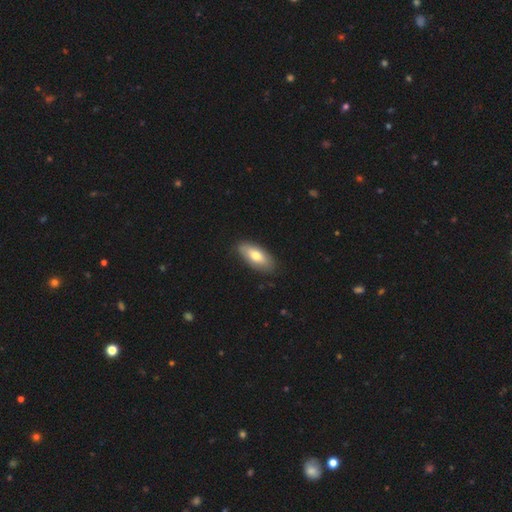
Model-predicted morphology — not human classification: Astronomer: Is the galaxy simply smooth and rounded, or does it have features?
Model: smooth — 69%.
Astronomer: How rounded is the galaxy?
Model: in between — 85%.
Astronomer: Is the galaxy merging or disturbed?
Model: none — 85%.